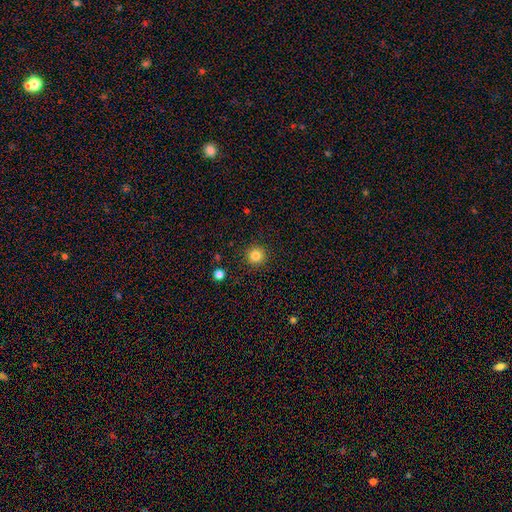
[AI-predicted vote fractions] Smooth or featured? Predicted: smooth (p=0.83). How rounded? Predicted: round (p=0.95). Merging? Predicted: none (p=0.92).